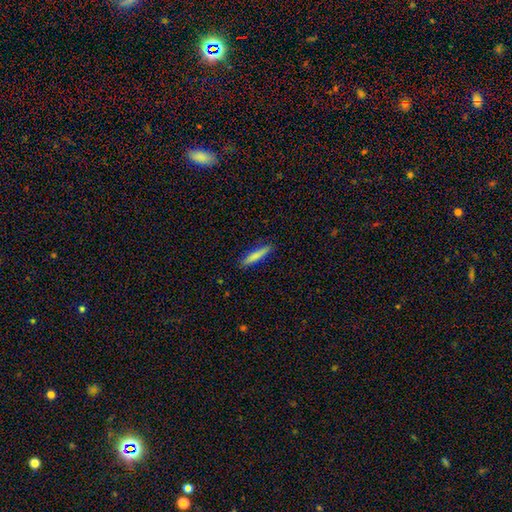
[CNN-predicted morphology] Q: Smooth or featured?
A: smooth (81%); runner-up: featured or disk (13%)
Q: How rounded?
A: cigar-shaped (89%); runner-up: in between (10%)
Q: Merging?
A: none (88%); runner-up: minor disturbance (9%)